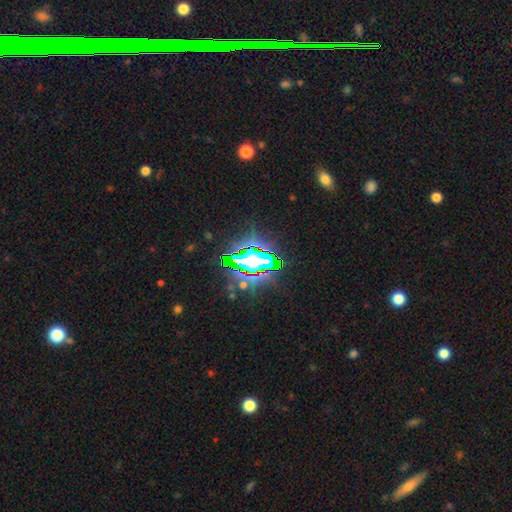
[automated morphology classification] Smooth or featured? Predicted: star or artifact (p=0.78).